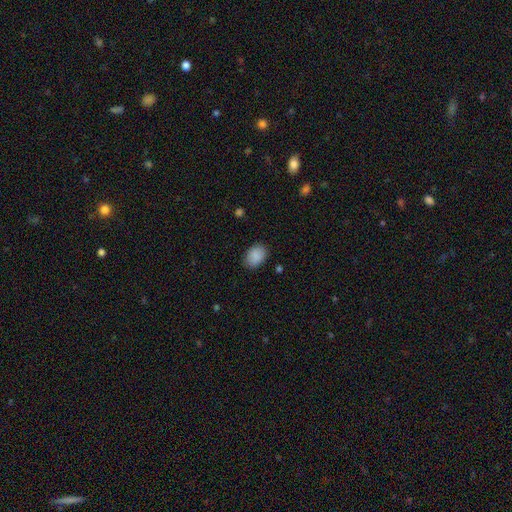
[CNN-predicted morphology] smooth-or-featured: smooth: 89% | star or artifact: 7% | featured or disk: 4%
  how-rounded: in between: 79% | round: 20% | cigar-shaped: 1%
  merging: none: 85% | minor disturbance: 11% | major disturbance: 3% | merger: 1%